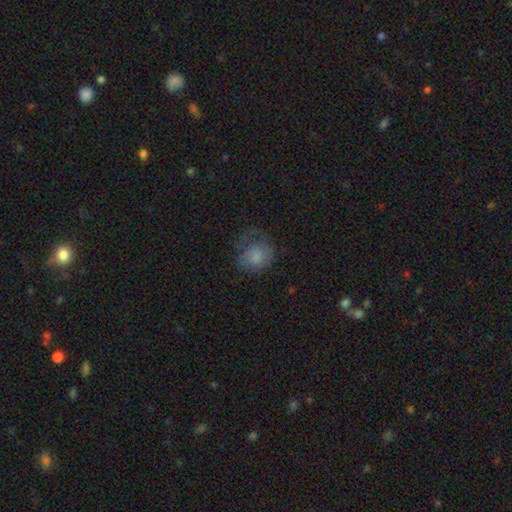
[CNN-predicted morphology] Smooth or featured? smooth (69%)
How rounded? round (66%)
Merging? none (41%)